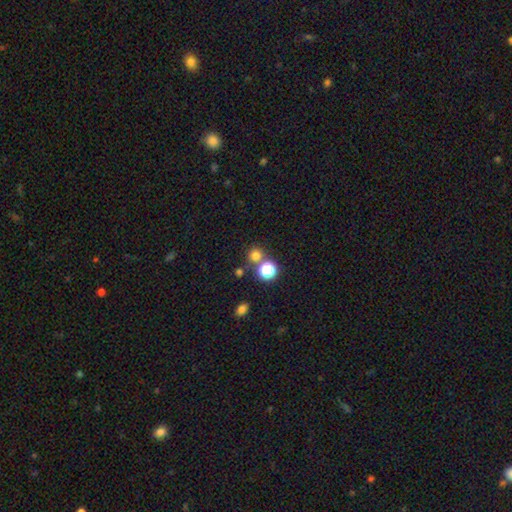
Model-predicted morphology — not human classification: A smooth galaxy with no disk features (71%) that is round (91%).

Vote fractions:
- Smooth or featured? smooth: 71% / star or artifact: 23% / featured or disk: 6%
- How rounded? round: 91% / in between: 8% / cigar-shaped: 1%
- Merging? none: 71% / merger: 19% / minor disturbance: 7% / major disturbance: 3%